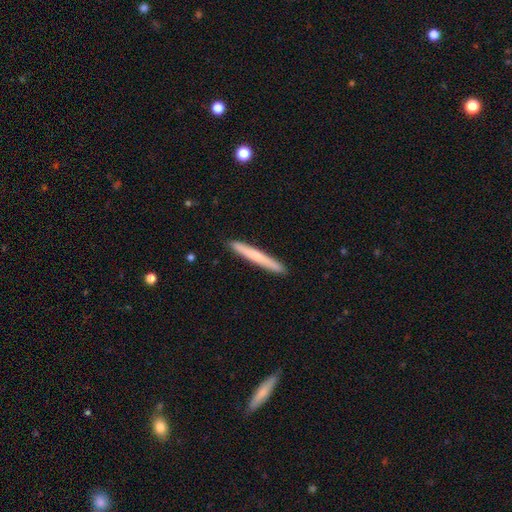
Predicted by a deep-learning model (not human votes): Overall: smooth (63%; featured or disk 32%). How rounded: cigar-shaped (97%). Merging: none (92%).